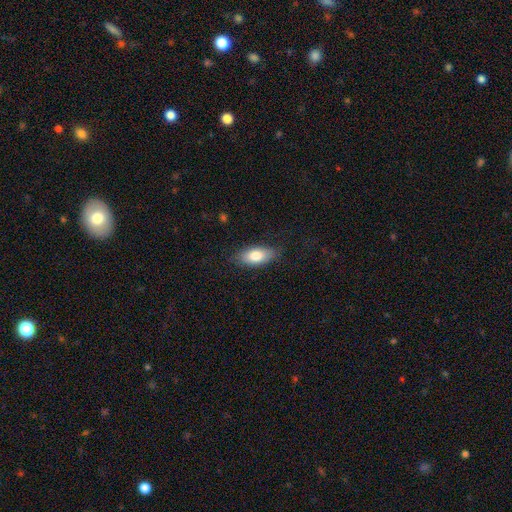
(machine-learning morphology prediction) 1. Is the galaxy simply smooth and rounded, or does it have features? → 79% smooth, 14% featured or disk, 6% star or artifact.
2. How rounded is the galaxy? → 87% in between, 10% cigar-shaped, 3% round.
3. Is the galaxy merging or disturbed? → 82% none, 14% minor disturbance, 3% major disturbance, 1% merger.